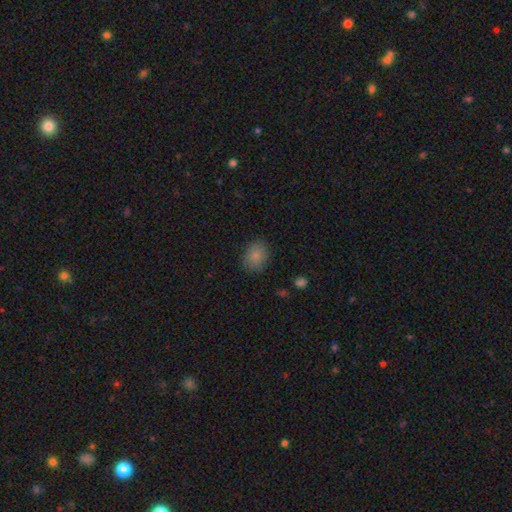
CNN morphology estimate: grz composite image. It shows a smooth galaxy with no disk features (84%) that is in between round and cigar-shaped (53%). Merging: none (84%).